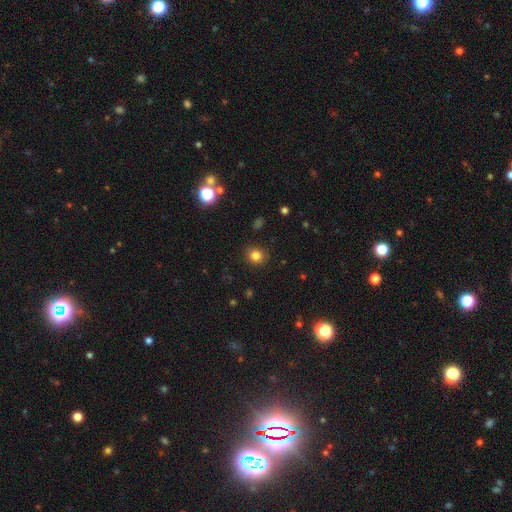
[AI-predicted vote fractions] Smooth or featured?
  - smooth: 82% *
  - star or artifact: 13%
  - featured or disk: 5%
How rounded?
  - round: 84% *
  - in between: 15%
  - cigar-shaped: 1%
Merging?
  - none: 89% *
  - minor disturbance: 7%
  - major disturbance: 2%
  - merger: 1%